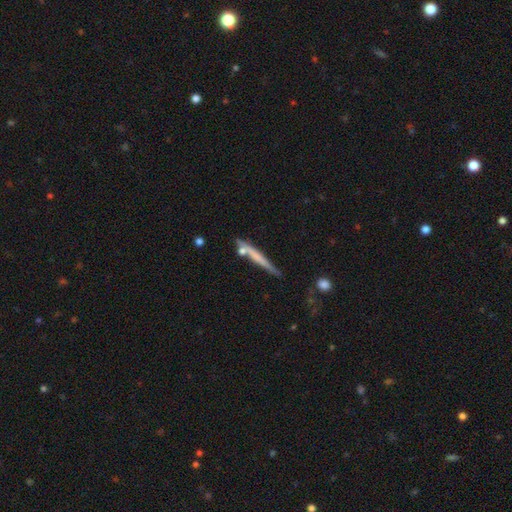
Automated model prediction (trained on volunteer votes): Smooth or featured?
  - smooth: 51% *
  - featured or disk: 43%
  - star or artifact: 6%
How rounded?
  - cigar-shaped: 94% *
  - in between: 4%
  - round: 2%
Merging?
  - none: 65% *
  - minor disturbance: 18%
  - merger: 12%
  - major disturbance: 5%